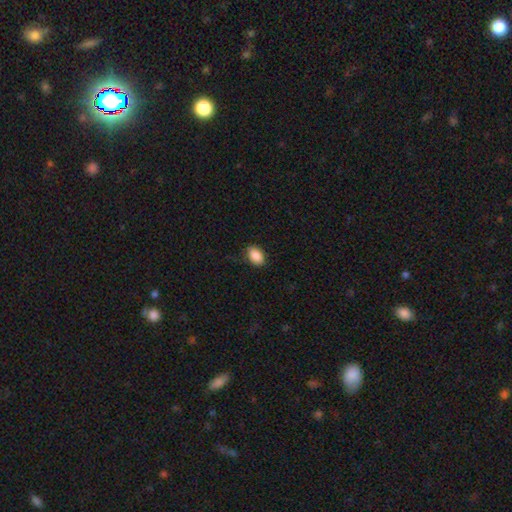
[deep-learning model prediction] Overall: smooth (88%). How rounded: in between (88%). Merging: none (84%).